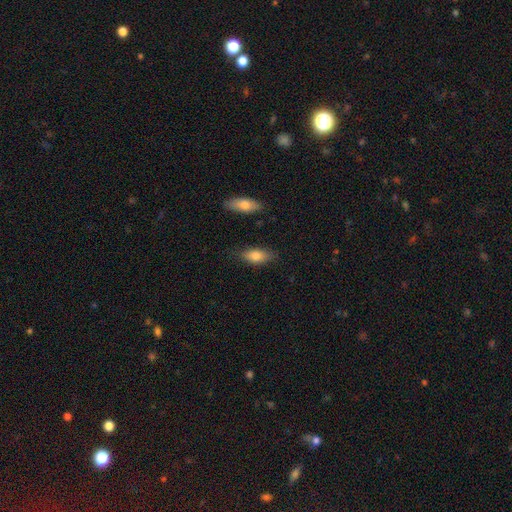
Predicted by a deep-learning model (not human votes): The model was most divided on "merging": none: 78%, minor disturbance: 15%, major disturbance: 3%, merger: 3%. More confident: how rounded — in between (81%); smooth or featured — smooth (79%).